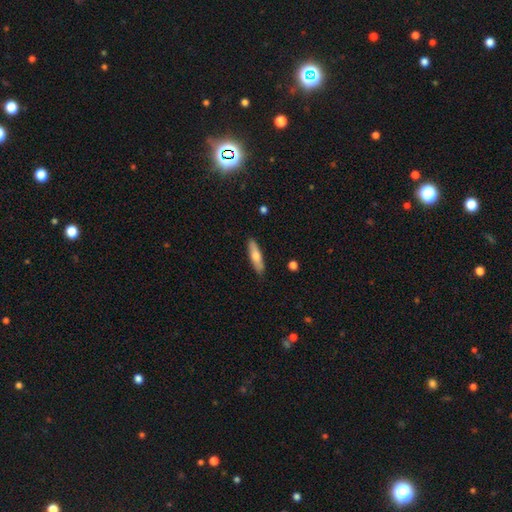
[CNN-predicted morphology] type=smooth (62%); roundness=cigar-shaped (74%); merging=none (89%).